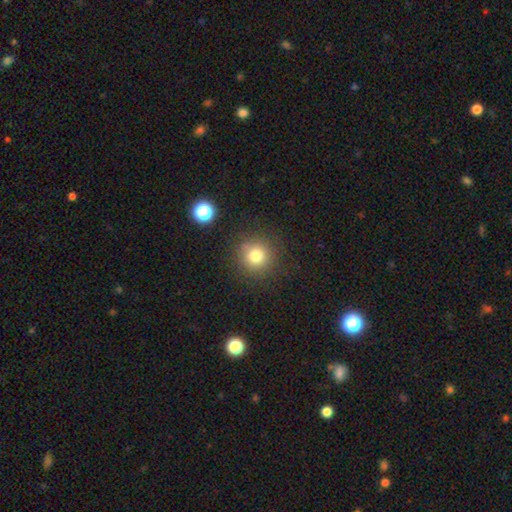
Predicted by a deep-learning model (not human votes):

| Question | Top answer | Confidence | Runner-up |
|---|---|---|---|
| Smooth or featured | smooth | 78% | star or artifact (14%) |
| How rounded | round | 94% | in between (5%) |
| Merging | none | 87% | minor disturbance (8%) |